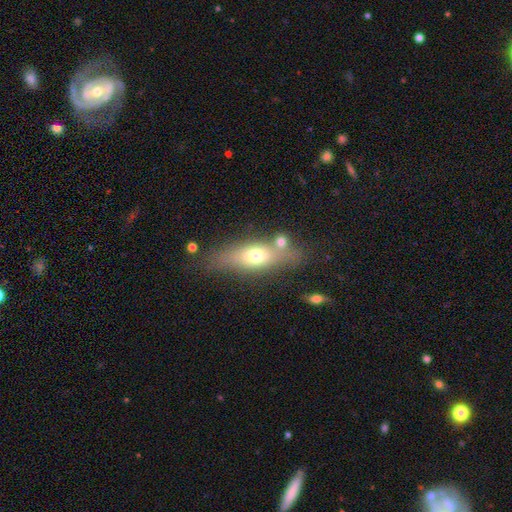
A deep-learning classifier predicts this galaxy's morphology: Smooth or featured? Predicted: smooth (p=0.61). How rounded? Predicted: in between (p=0.59). Merging? Predicted: none (p=0.60).